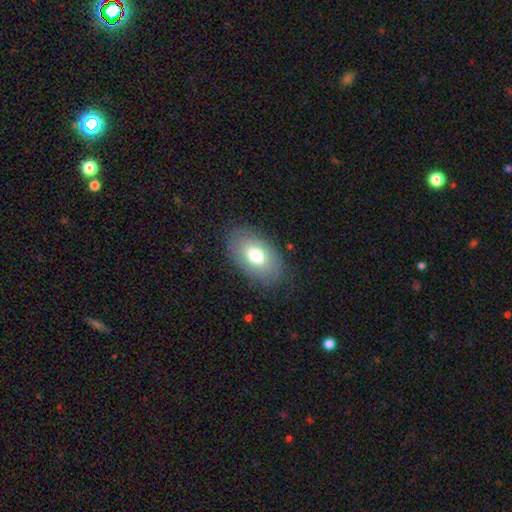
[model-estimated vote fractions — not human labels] smooth-or-featured: smooth: 70% | featured or disk: 22% | star or artifact: 8%
  how-rounded: in between: 92% | round: 7% | cigar-shaped: 1%
  merging: none: 80% | minor disturbance: 13% | major disturbance: 5% | merger: 1%